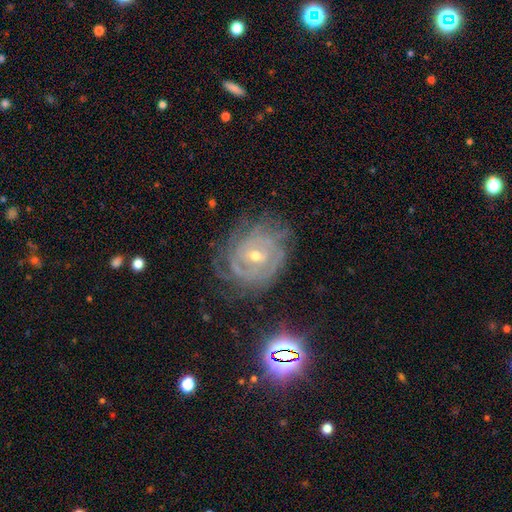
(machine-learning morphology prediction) Q: Smooth or featured?
A: featured or disk (83%); runner-up: smooth (9%)
Q: Edge-on disk?
A: no (97%); runner-up: yes (3%)
Q: Bar?
A: no (58%); runner-up: weak (32%)
Q: Spiral arms?
A: yes (90%); runner-up: no (10%)
Q: Spiral winding?
A: tight (73%); runner-up: medium (22%)
Q: Spiral arm count?
A: can't tell (47%); runner-up: 2 (16%)
Q: Bulge size?
A: small (55%); runner-up: moderate (42%)
Q: Merging?
A: none (64%); runner-up: minor disturbance (22%)